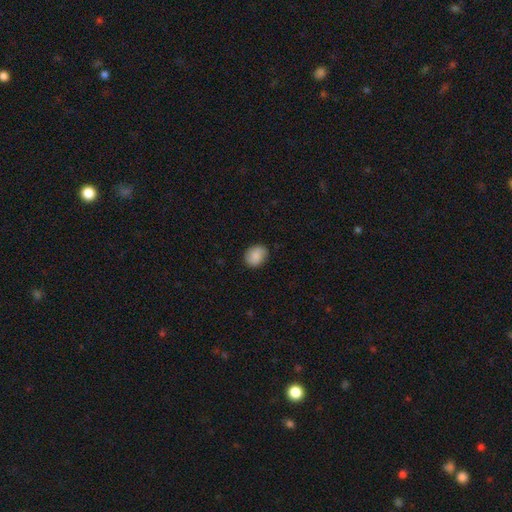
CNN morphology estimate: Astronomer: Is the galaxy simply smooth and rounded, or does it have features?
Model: smooth — 87%.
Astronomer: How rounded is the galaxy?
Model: in between — 51% (runner-up: round, 48%).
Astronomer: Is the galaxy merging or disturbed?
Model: none — 86%.